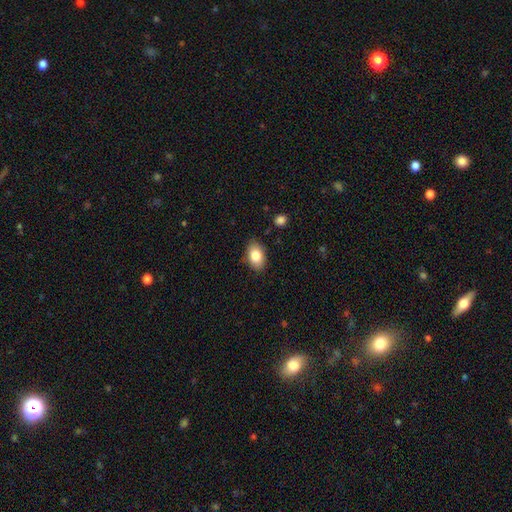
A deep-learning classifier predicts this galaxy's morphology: smooth_or_featured: smooth (p=0.83) [alt: featured or disk p=0.09]
how_rounded: in between (p=0.89) [alt: round p=0.10]
merging: none (p=0.84) [alt: minor disturbance p=0.12]